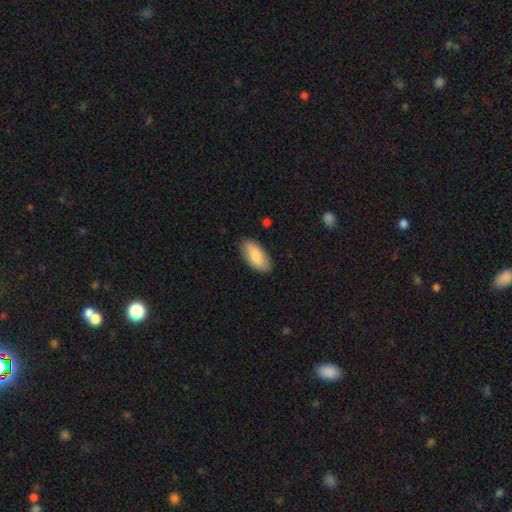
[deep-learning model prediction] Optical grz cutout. It shows a smooth galaxy with no disk features (82%) that is in between round and cigar-shaped (91%). Merging: none (85%).